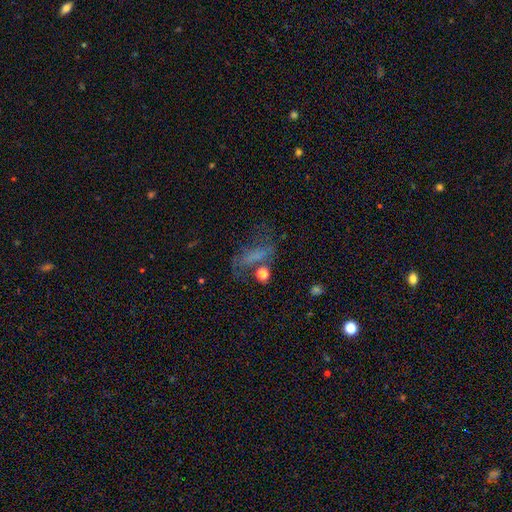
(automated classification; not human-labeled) smooth-or-featured: smooth: 40% | featured or disk: 37% | star or artifact: 23%
  merging: none: 43% | major disturbance: 30% | minor disturbance: 20% | merger: 7%